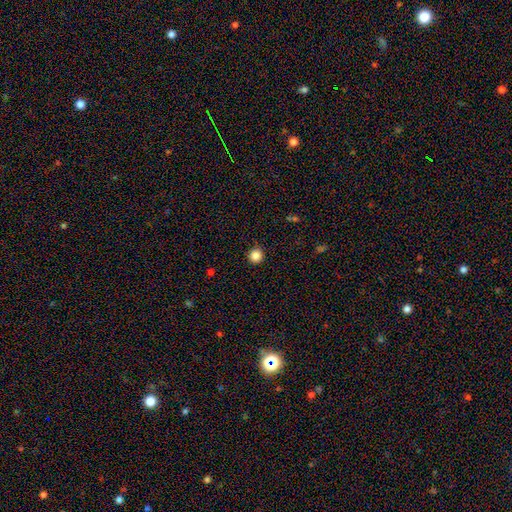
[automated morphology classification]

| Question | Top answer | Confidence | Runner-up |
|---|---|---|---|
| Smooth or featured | smooth | 86% | star or artifact (11%) |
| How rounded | round | 95% | in between (4%) |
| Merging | none | 92% | minor disturbance (6%) |